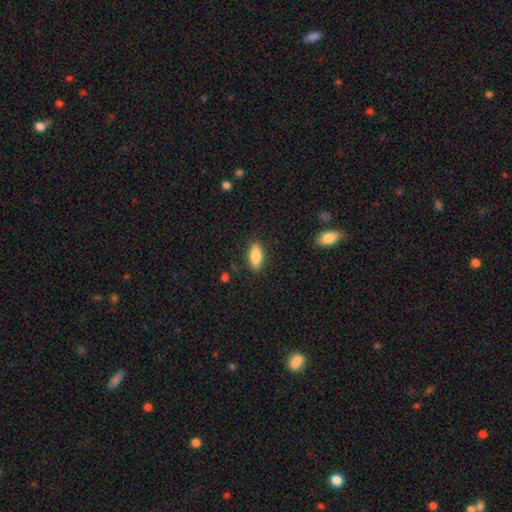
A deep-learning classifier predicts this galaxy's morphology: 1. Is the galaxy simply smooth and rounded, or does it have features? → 83% smooth, 11% featured or disk, 7% star or artifact.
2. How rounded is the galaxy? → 81% in between, 17% cigar-shaped, 3% round.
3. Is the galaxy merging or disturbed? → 87% none, 10% minor disturbance, 2% major disturbance, 1% merger.